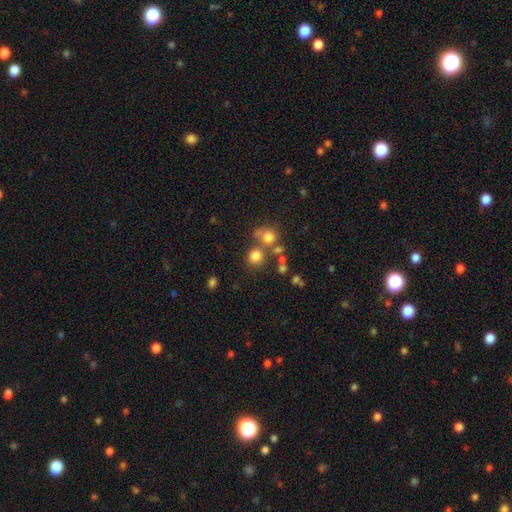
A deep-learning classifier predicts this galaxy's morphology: The model was most divided on "merging": none: 64%, merger: 22%, minor disturbance: 9%, major disturbance: 5%. More confident: how rounded — round (87%); smooth or featured — smooth (76%).